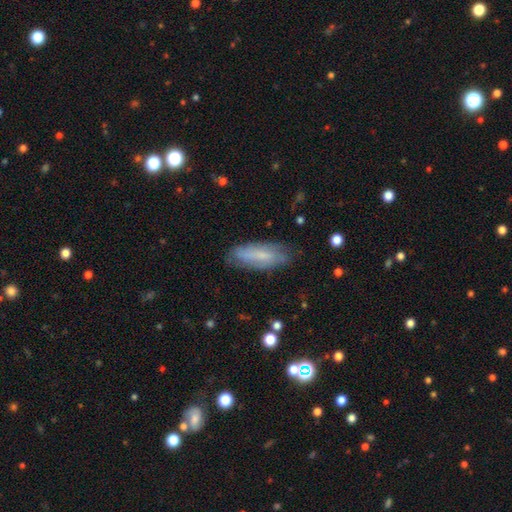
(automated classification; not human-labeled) Morphology: type=smooth (54%); roundness=in between (58%); merging=none (79%).